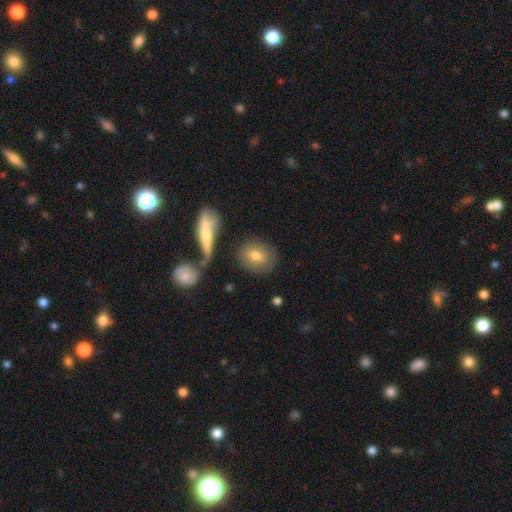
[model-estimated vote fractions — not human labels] Morphology: type=smooth (73%); roundness=round (49%); merging=none (77%).